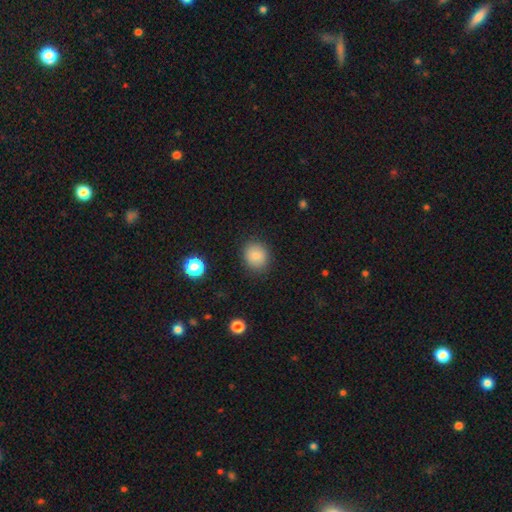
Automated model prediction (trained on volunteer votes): Smooth or featured? Predicted: smooth (p=0.84). How rounded? Predicted: round (p=0.73). Merging? Predicted: none (p=0.87).